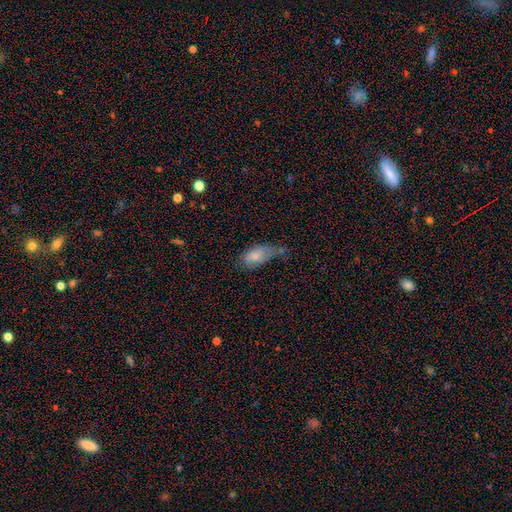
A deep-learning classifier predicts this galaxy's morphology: Smooth or featured? Predicted: smooth (p=0.78). How rounded? Predicted: in between (p=0.91). Merging? Predicted: minor disturbance (p=0.37).